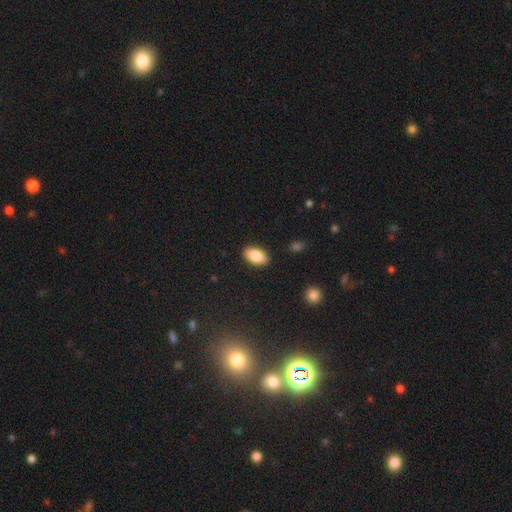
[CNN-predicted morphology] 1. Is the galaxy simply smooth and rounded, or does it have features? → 85% smooth, 8% featured or disk, 7% star or artifact.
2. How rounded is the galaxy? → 93% in between, 4% round, 3% cigar-shaped.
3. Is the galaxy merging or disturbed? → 88% none, 9% minor disturbance, 2% major disturbance, 1% merger.